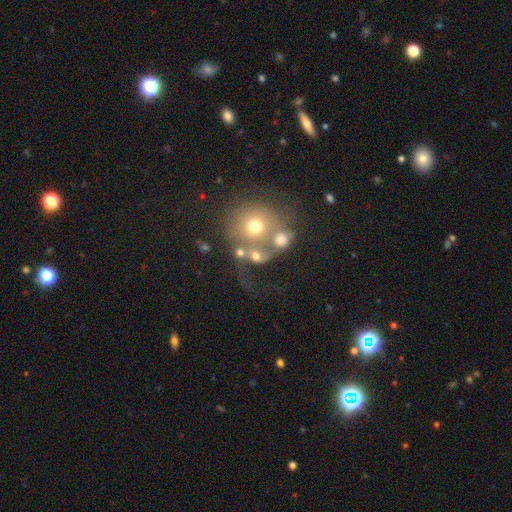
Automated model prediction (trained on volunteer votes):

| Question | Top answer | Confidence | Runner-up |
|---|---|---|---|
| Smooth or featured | smooth | 51% | featured or disk (33%) |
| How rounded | round | 72% | in between (27%) |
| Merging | merger | 48% | none (24%) |